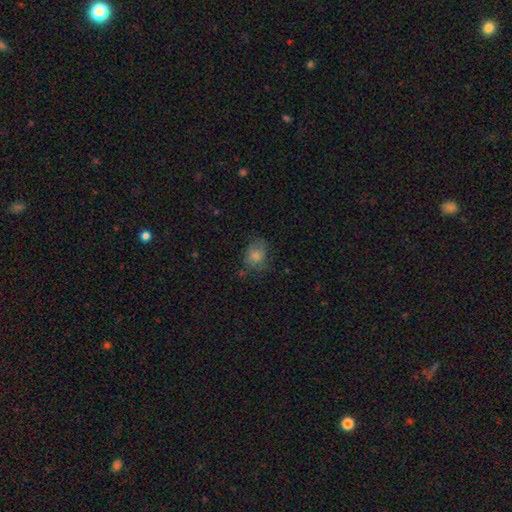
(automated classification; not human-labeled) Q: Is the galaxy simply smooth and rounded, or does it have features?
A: smooth — 73%.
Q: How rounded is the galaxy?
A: round — 53%.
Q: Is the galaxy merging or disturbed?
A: none — 65%.